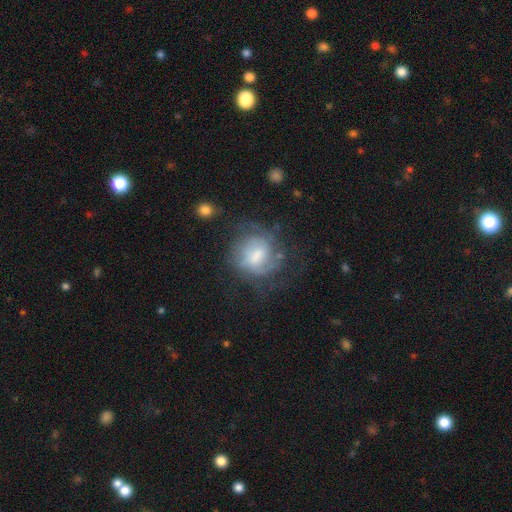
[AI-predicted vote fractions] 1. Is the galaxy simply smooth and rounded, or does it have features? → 54% featured or disk, 37% smooth, 9% star or artifact.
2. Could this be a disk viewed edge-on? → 97% no, 3% yes.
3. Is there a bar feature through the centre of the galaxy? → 49% weak, 37% no, 13% strong.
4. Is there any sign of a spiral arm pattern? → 68% yes, 32% no.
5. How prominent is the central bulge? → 42% moderate, 26% small, 18% large, 12% none, 2% dominant.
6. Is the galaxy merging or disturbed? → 51% none, 23% major disturbance, 23% minor disturbance, 3% merger.